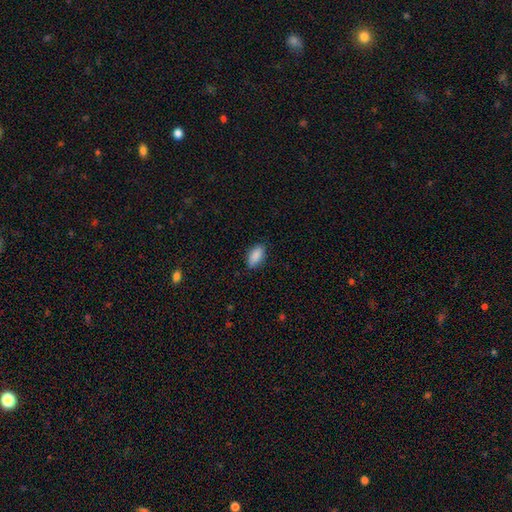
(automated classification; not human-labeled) Q: Smooth or featured?
A: smooth (89%); runner-up: star or artifact (7%)
Q: How rounded?
A: in between (91%); runner-up: cigar-shaped (6%)
Q: Merging?
A: none (86%); runner-up: minor disturbance (11%)